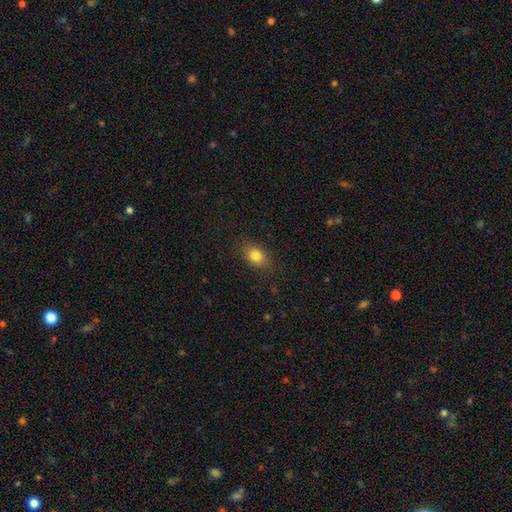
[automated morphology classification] smooth-or-featured: smooth: 82% | star or artifact: 9% | featured or disk: 8%
  how-rounded: in between: 79% | round: 19% | cigar-shaped: 2%
  merging: none: 85% | minor disturbance: 11% | major disturbance: 3% | merger: 1%